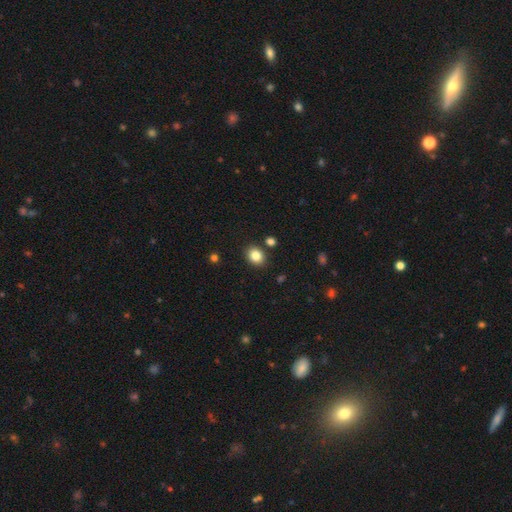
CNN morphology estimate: A smooth galaxy with no disk features (84%) that is round (60%).

Vote fractions:
- Smooth or featured? smooth: 84% / star or artifact: 10% / featured or disk: 6%
- How rounded? round: 60% / in between: 40% / cigar-shaped: 1%
- Merging? none: 85% / minor disturbance: 8% / merger: 4% / major disturbance: 2%